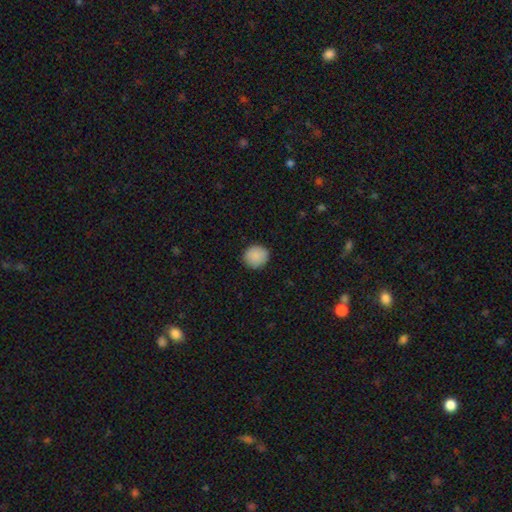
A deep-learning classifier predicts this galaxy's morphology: This is clearly a smooth galaxy (89%). How rounded: clearly round (91%). Merging: clearly none (91%).